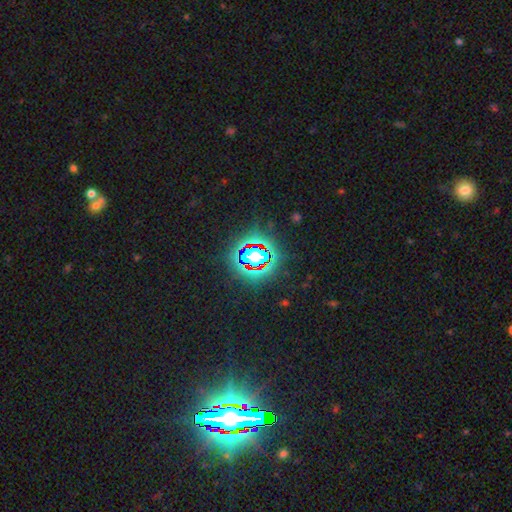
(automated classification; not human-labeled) star or artifact 84%, smooth 9%, featured or disk 7%.